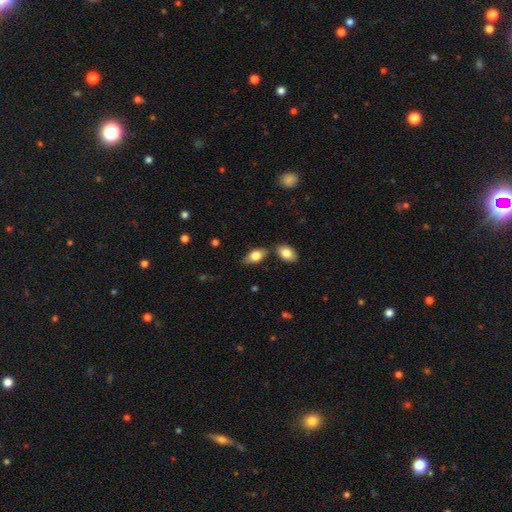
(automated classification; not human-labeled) This is likely a smooth galaxy (77%). How rounded: clearly in between (90%). Merging: likely none (69%).